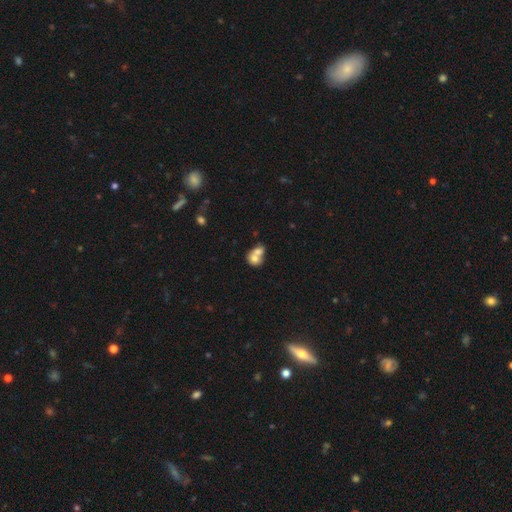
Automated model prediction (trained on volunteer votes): This appears to be a smooth galaxy with no disk features (69%) that is round (59%). Merging: merger (69%).